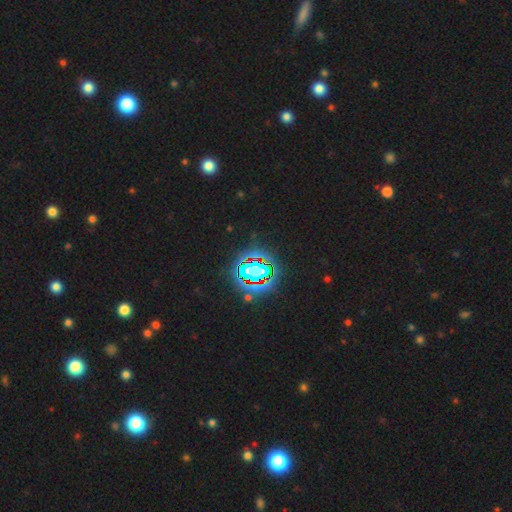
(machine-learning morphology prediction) Overall: star or artifact (84%).